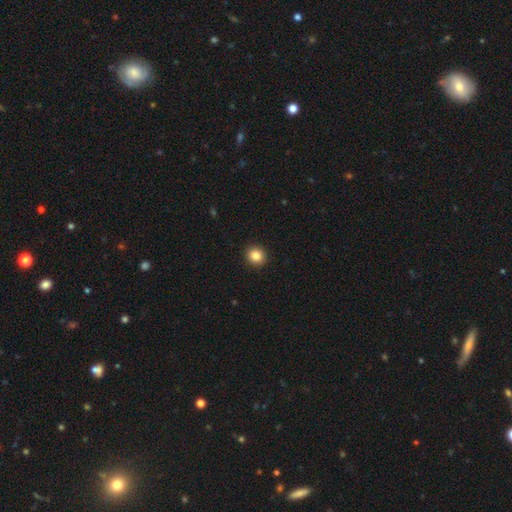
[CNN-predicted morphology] smooth 85%, star or artifact 10%, featured or disk 5%. Down the decision tree: how rounded — round (90%); merging — none (93%).